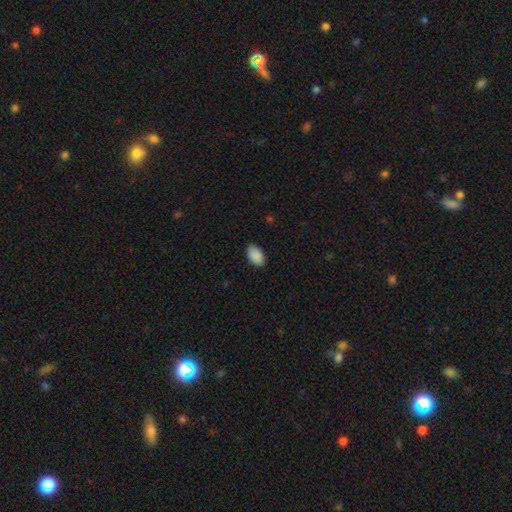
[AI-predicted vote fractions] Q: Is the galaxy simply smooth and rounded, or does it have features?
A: smooth — 91%.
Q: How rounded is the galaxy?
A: in between — 93%.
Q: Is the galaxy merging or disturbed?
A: none — 86%.